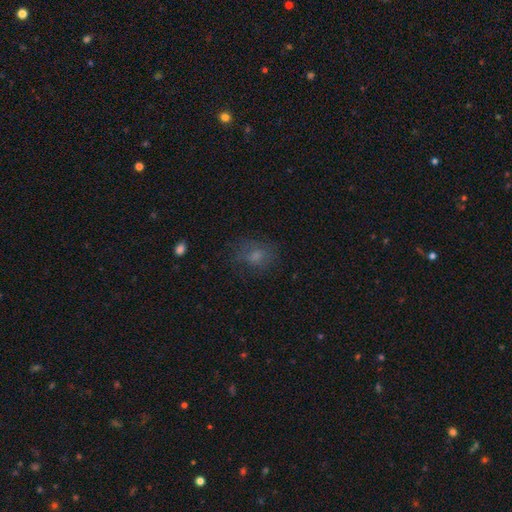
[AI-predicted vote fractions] Smooth or featured?
  - smooth: 62% *
  - featured or disk: 21%
  - star or artifact: 17%
How rounded?
  - in between: 50% *
  - round: 49%
  - cigar-shaped: 1%
Merging?
  - none: 62% *
  - minor disturbance: 21%
  - major disturbance: 16%
  - merger: 2%